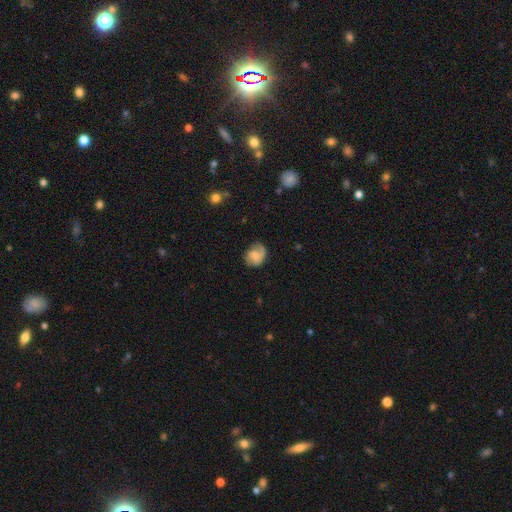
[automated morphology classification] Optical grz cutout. It shows a featured or disk galaxy (53%) with no bar (57%), spiral arms (86%) and a small central bulge (38%). Merging: none (59%).